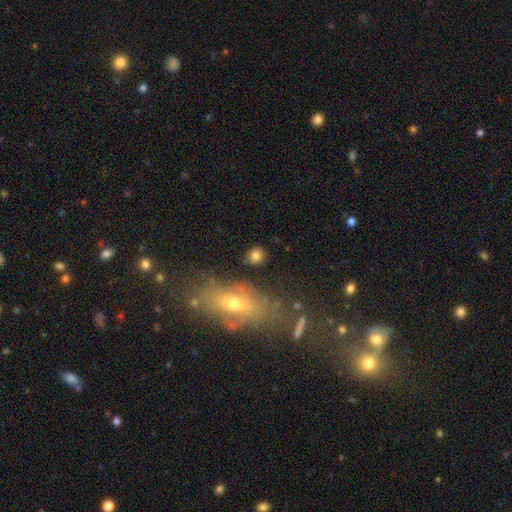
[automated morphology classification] Smooth or featured: smooth — 79% (star or artifact — 12%)
How rounded: round — 76% (in between — 21%)
Merging: none — 83% (minor disturbance — 9%)